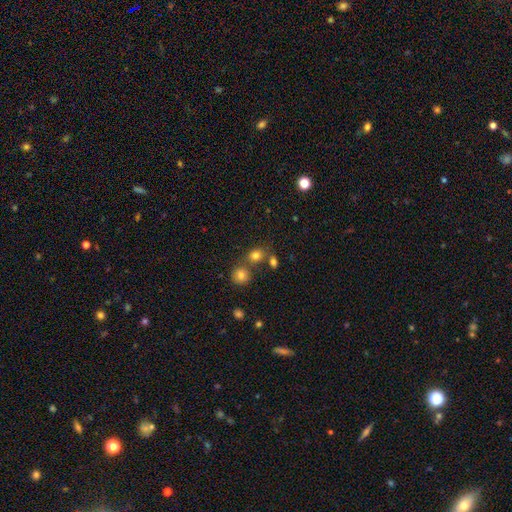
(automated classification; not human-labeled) A smooth galaxy with no disk features (78%) that is round (61%). Merging: none (62%).